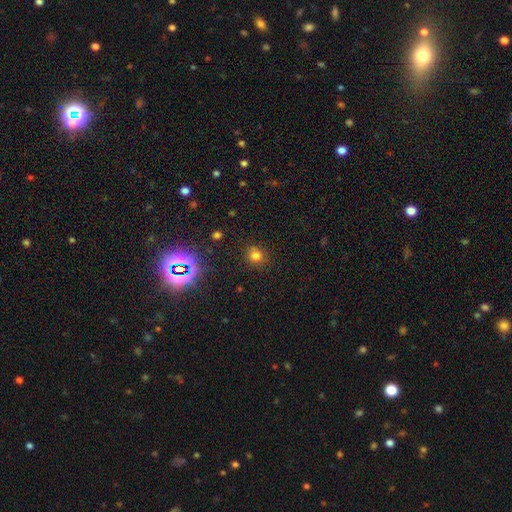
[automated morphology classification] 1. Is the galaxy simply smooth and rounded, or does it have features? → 72% smooth, 21% star or artifact, 7% featured or disk.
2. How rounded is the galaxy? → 84% round, 15% in between, 1% cigar-shaped.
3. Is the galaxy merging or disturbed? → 79% none, 12% minor disturbance, 6% merger, 4% major disturbance.